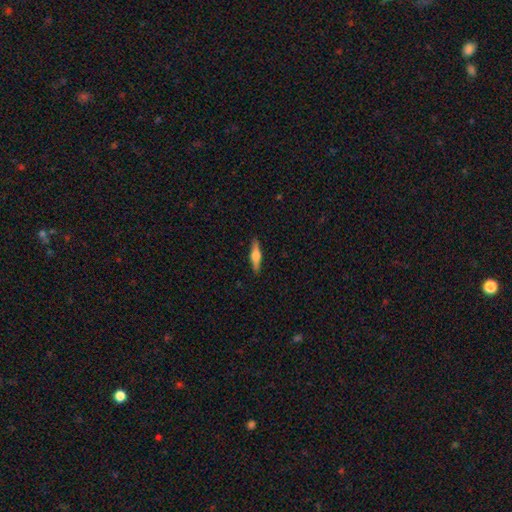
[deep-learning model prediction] The model was most divided on "smooth or featured": featured or disk: 56%, smooth: 38%, star or artifact: 6%. More confident: edge-on disk — yes (96%); edge-on bulge — rounded (90%); merging — none (90%).